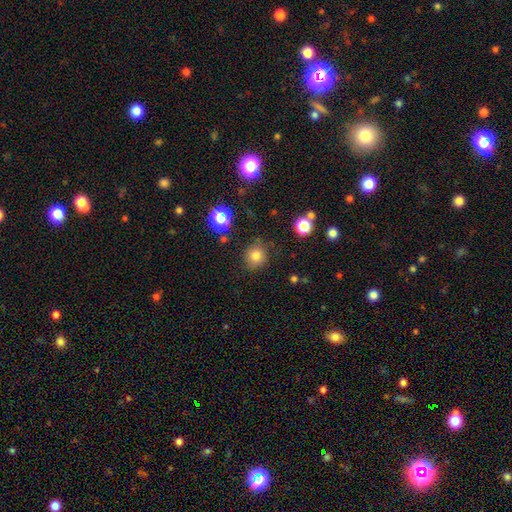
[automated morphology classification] This appears to be a smooth galaxy with no disk features (79%) that is round (85%). Merging: none (80%).